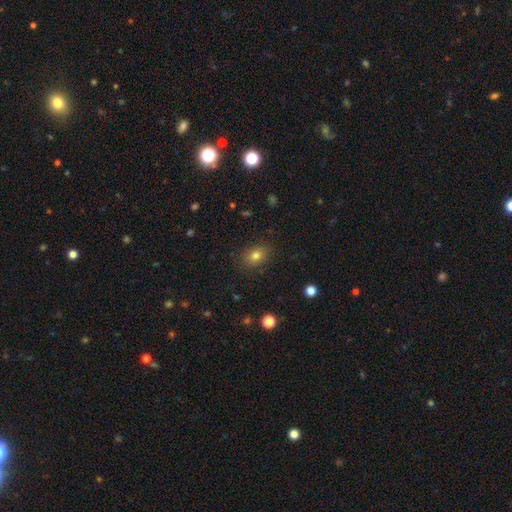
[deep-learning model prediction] This is likely a smooth galaxy (79%). How rounded: likely in between (62%). Merging: clearly none (86%).